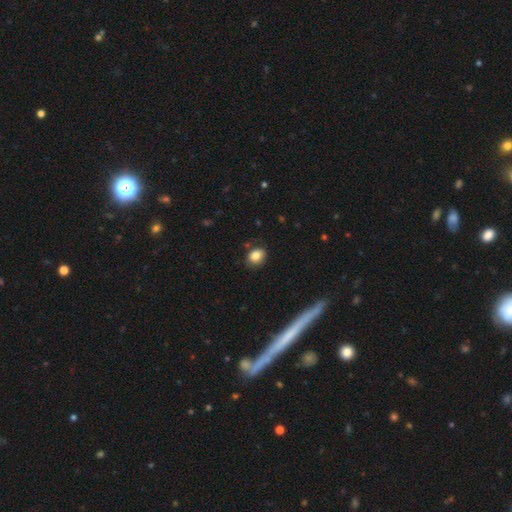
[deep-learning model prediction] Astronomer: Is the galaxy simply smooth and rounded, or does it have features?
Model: smooth — 82%.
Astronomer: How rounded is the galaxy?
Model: in between — 57% (runner-up: round, 41%).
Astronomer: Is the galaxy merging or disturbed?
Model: none — 82%.